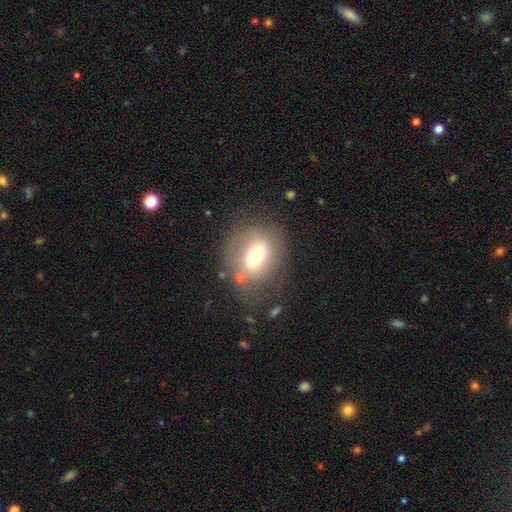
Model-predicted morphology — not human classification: This appears to be a smooth galaxy with no disk features (62%) that is round (56%). Merging: none (68%).